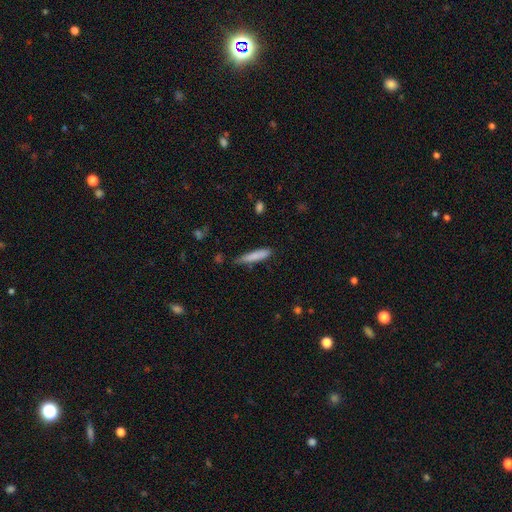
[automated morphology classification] Q: Smooth or featured?
A: smooth (81%); runner-up: featured or disk (13%)
Q: How rounded?
A: cigar-shaped (87%); runner-up: in between (12%)
Q: Merging?
A: none (68%); runner-up: minor disturbance (25%)